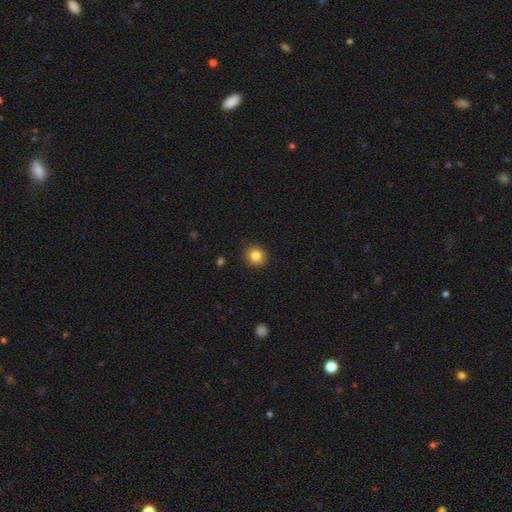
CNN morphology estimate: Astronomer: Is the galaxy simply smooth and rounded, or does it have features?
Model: smooth — 84%.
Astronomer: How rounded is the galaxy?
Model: round — 91%.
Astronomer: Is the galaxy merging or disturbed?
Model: none — 91%.